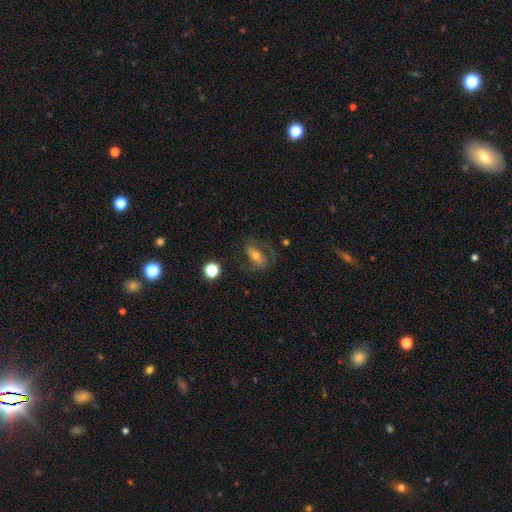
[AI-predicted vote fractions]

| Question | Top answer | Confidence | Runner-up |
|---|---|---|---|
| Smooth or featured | featured or disk | 56% | smooth (34%) |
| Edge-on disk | no | 90% | yes (10%) |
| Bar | no | 37% | strong (33%) |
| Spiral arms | yes | 69% | no (31%) |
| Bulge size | moderate | 62% | small (27%) |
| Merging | none | 58% | major disturbance (20%) |